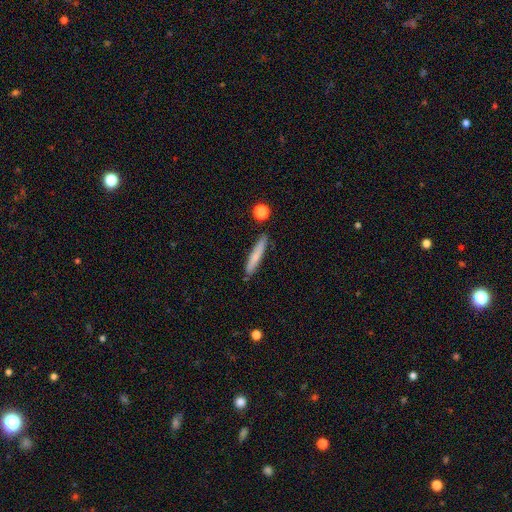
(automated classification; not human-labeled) The model was most divided on "smooth or featured": smooth: 71%, featured or disk: 22%, star or artifact: 7%. More confident: how rounded — cigar-shaped (92%); merging — none (84%).